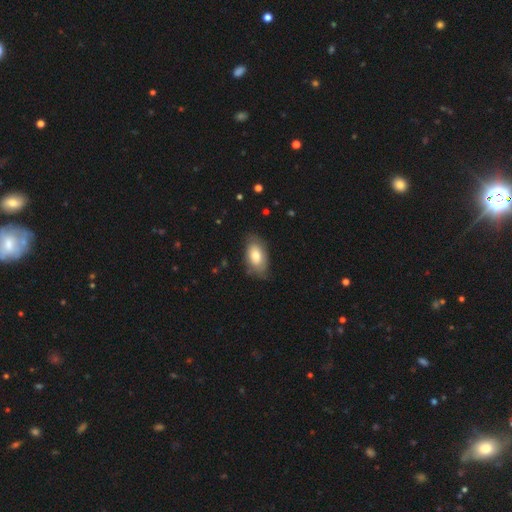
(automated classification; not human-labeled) Morphology: type=smooth (74%); roundness=in between (93%); merging=none (75%).